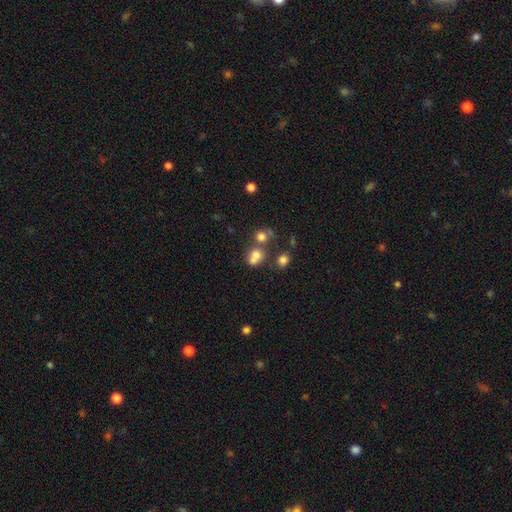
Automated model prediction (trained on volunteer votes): Smooth or featured: smooth — 70% (star or artifact — 16%)
How rounded: round — 71% (in between — 28%)
Merging: merger — 48% (none — 37%)